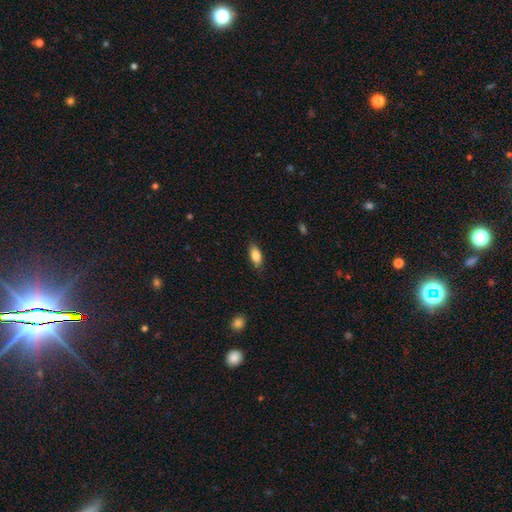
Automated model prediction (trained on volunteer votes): Smooth or featured: smooth — 83% (featured or disk — 10%)
How rounded: in between — 84% (cigar-shaped — 13%)
Merging: none — 84% (minor disturbance — 13%)